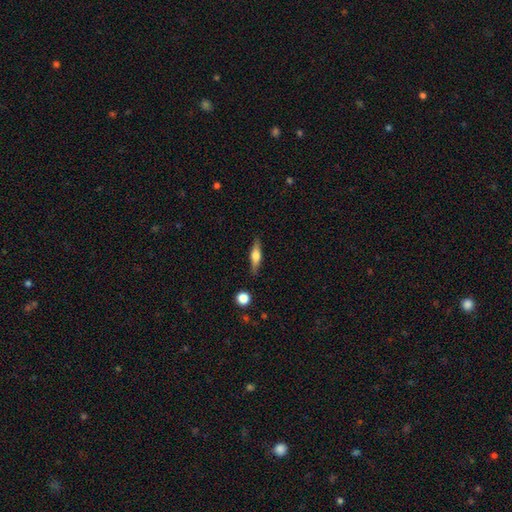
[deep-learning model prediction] A featured or disk galaxy (51%) viewed edge-on (94%). Merging: none (85%).